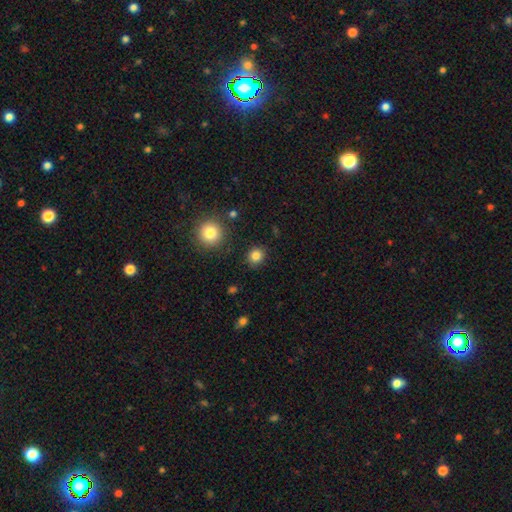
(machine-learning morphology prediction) This appears to be a smooth galaxy with no disk features (83%) that is round (83%). Merging: none (88%).